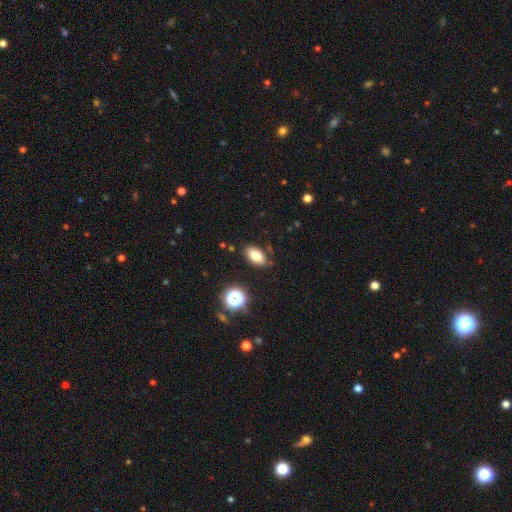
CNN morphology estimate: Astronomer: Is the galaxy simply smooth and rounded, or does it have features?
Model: smooth — 80%.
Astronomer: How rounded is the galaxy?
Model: in between — 90%.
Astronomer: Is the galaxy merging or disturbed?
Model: none — 85%.